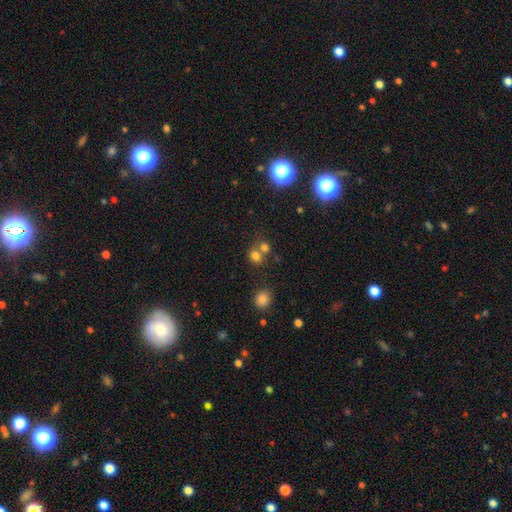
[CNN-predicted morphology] Smooth or featured? Predicted: smooth (p=0.74). How rounded? Predicted: round (p=0.64). Merging? Predicted: merger (p=0.47).